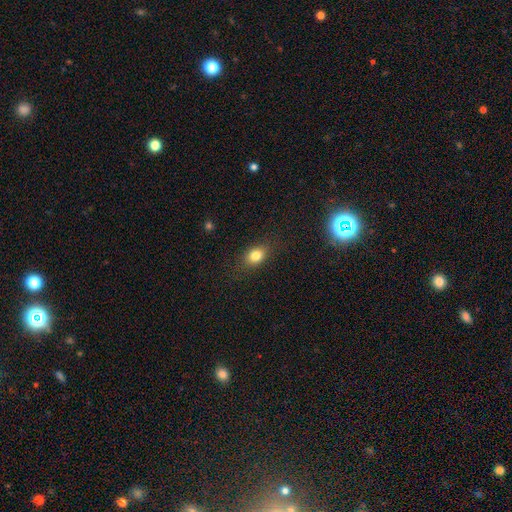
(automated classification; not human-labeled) smooth-or-featured: smooth: 80% | star or artifact: 11% | featured or disk: 9%
  how-rounded: in between: 64% | round: 34% | cigar-shaped: 3%
  merging: none: 82% | minor disturbance: 13% | major disturbance: 4% | merger: 1%